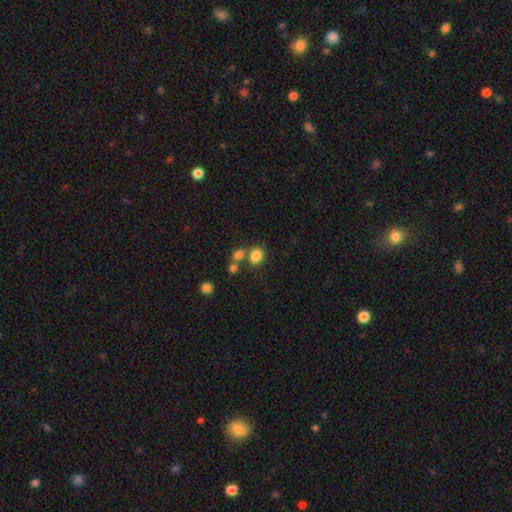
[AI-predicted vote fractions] Overall: smooth (82%). How rounded: round (51%; in between 48%). Merging: none (56%; merger 29%).